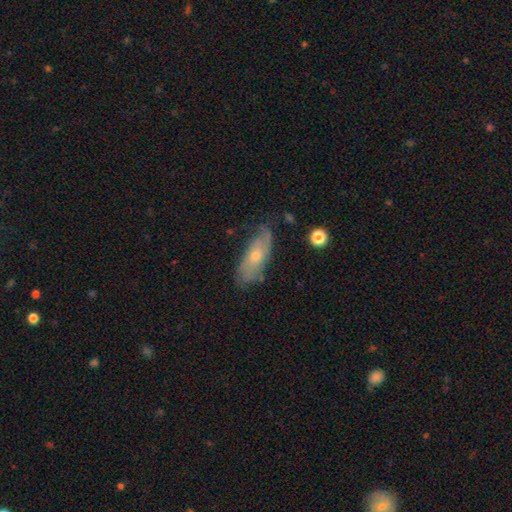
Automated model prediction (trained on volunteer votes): A featured or disk galaxy (54%).

Vote fractions:
- Smooth or featured? featured or disk: 54% / smooth: 38% / star or artifact: 8%
- Edge-on disk? no: 79% / yes: 21%
- Merging? none: 65% / minor disturbance: 26% / major disturbance: 7% / merger: 2%